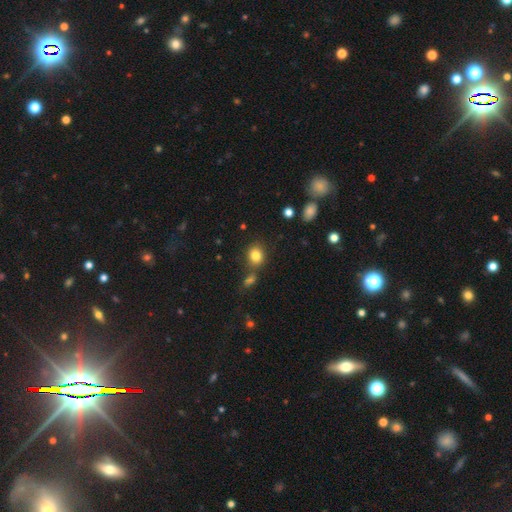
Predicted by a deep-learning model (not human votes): A smooth galaxy with no disk features (82%) that is round (64%). Merging: none (72%).